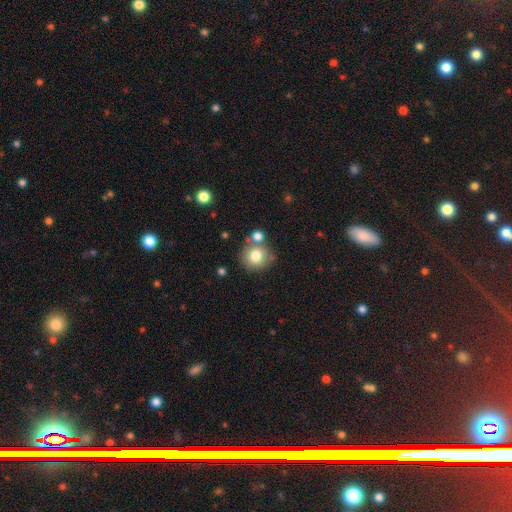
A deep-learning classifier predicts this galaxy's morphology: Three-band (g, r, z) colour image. It shows a smooth galaxy with no disk features (78%) that is round (90%). Merging: none (66%).